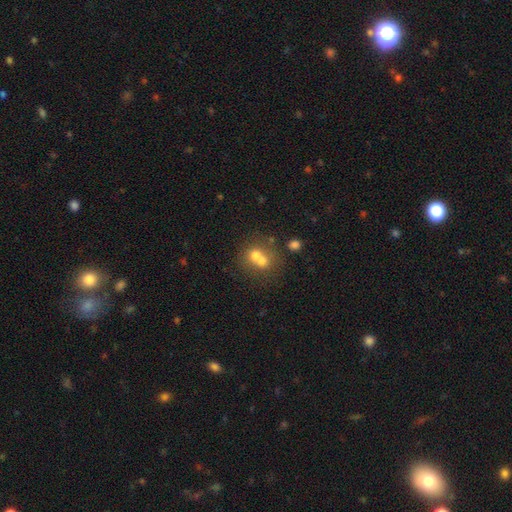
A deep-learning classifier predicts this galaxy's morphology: smooth 61%, featured or disk 25%, star or artifact 14%. Down the decision tree: how rounded — round (73%); merging — merger (61%).